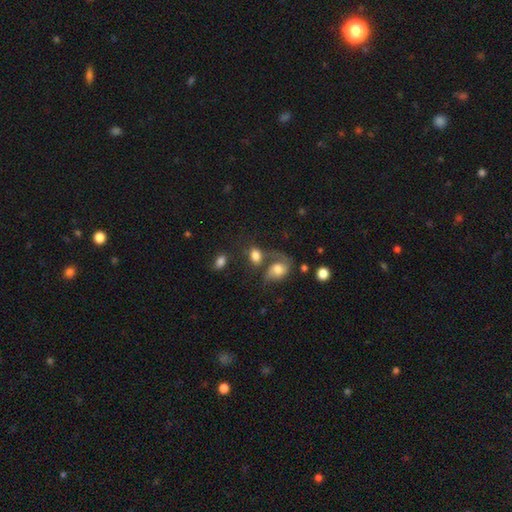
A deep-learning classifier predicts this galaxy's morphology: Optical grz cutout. It shows a smooth galaxy with no disk features (71%) that is in between round and cigar-shaped (74%). Merging: merger (41%).